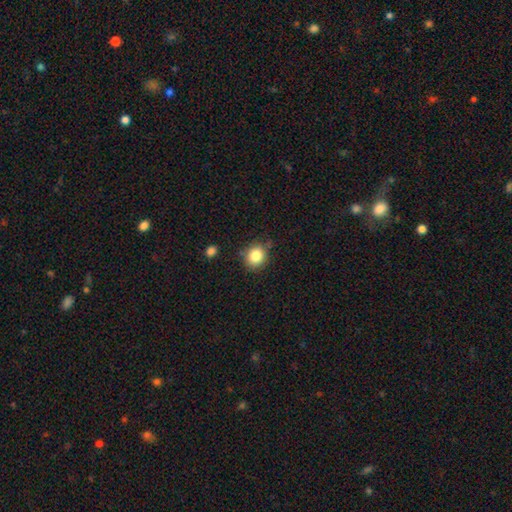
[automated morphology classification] Smooth or featured? Predicted: smooth (p=0.84). How rounded? Predicted: round (p=0.82). Merging? Predicted: none (p=0.80).